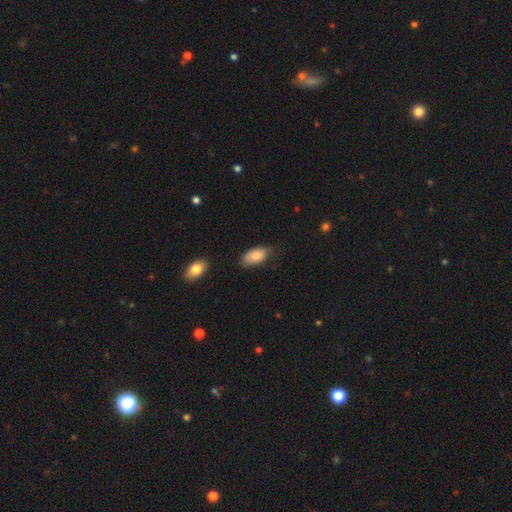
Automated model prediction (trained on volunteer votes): Overall: smooth (82%). How rounded: in between (93%). Merging: none (64%; minor disturbance 28%).